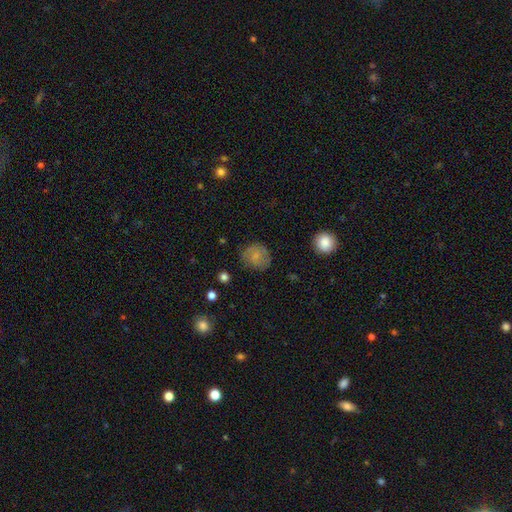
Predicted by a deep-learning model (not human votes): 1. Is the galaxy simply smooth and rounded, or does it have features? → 74% smooth, 17% featured or disk, 9% star or artifact.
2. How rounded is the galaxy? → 81% round, 18% in between, 1% cigar-shaped.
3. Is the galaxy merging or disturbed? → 73% none, 19% minor disturbance, 6% major disturbance, 2% merger.